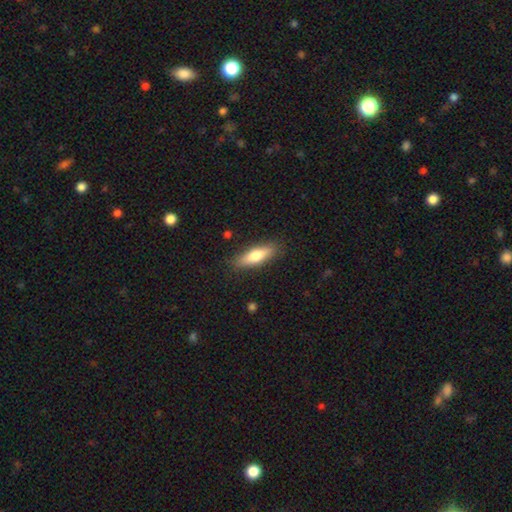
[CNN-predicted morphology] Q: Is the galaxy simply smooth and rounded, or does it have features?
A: smooth — 70%.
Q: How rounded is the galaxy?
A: cigar-shaped — 51%.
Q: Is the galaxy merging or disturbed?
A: none — 86%.